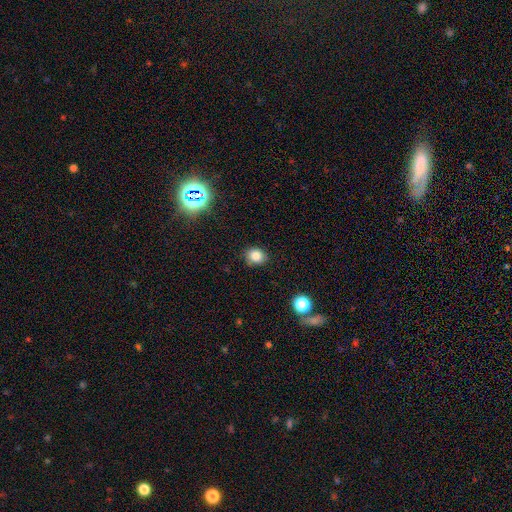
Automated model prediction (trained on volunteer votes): A smooth galaxy with no disk features (80%) that is round (66%).

Vote fractions:
- Smooth or featured? smooth: 80% / star or artifact: 14% / featured or disk: 6%
- How rounded? round: 66% / in between: 33% / cigar-shaped: 1%
- Merging? none: 82% / minor disturbance: 13% / major disturbance: 3% / merger: 2%